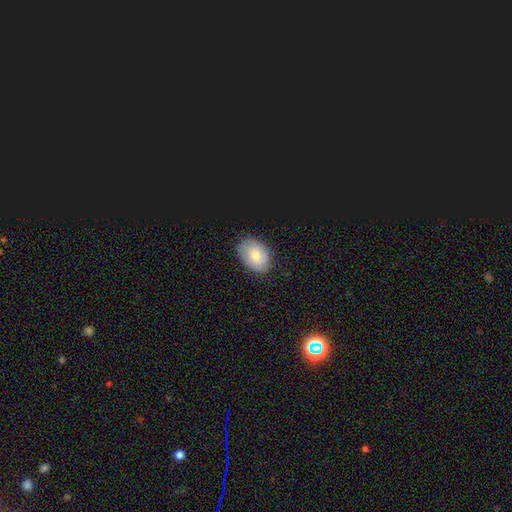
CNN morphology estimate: Smooth or featured: smooth — 66% (featured or disk — 22%)
How rounded: in between — 78% (round — 21%)
Merging: none — 81% (minor disturbance — 15%)